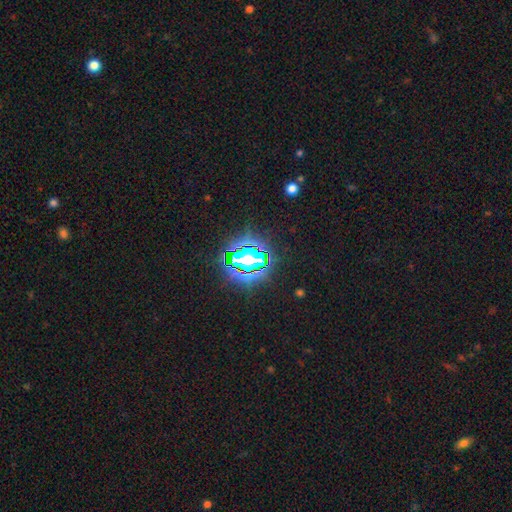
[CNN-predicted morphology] This is clearly a star or artifact rather than a galaxy (84%).